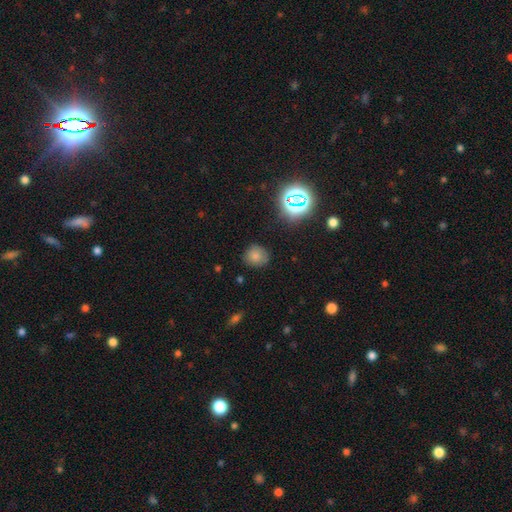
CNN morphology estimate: smooth-or-featured: smooth: 74% | star or artifact: 18% | featured or disk: 8%
  how-rounded: round: 81% | in between: 18% | cigar-shaped: 1%
  merging: none: 81% | minor disturbance: 14% | major disturbance: 4% | merger: 2%